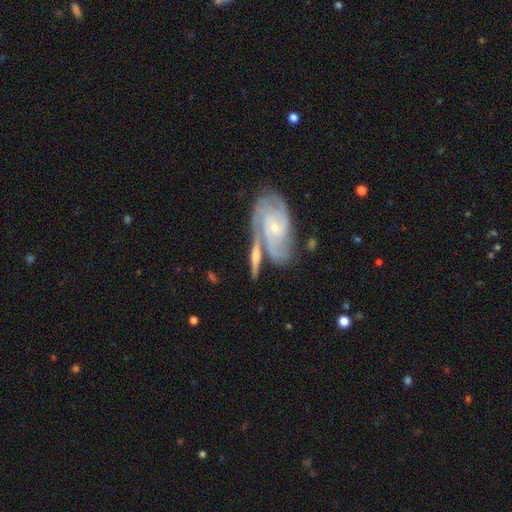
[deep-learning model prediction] smooth_or_featured: featured or disk (p=0.70) [alt: smooth p=0.24]
disk_edge_on: no (p=0.55) [alt: yes p=0.45]
merging: none (p=0.44) [alt: merger p=0.37]